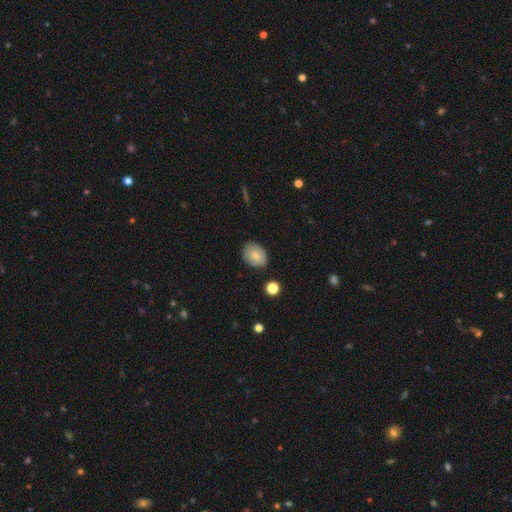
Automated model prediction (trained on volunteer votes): Overall: smooth (78%). How rounded: in between (65%; round 34%). Merging: none (77%).